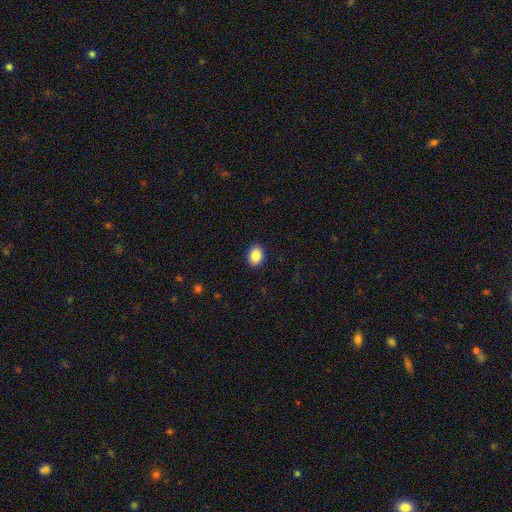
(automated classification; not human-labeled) Morphology: type=smooth (87%); roundness=in between (60%); merging=none (89%).